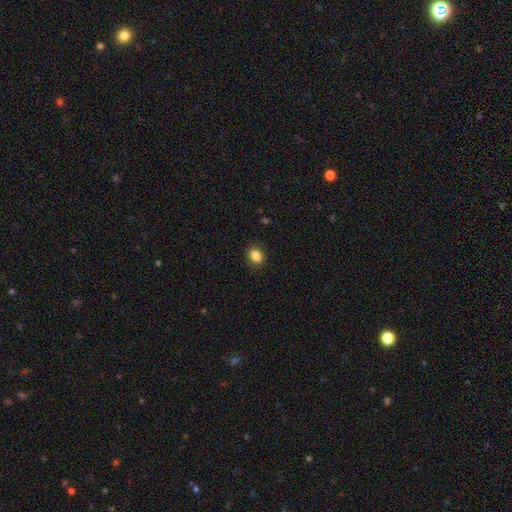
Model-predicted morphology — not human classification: Smooth or featured: smooth — 86% (star or artifact — 10%)
How rounded: in between — 59% (round — 40%)
Merging: none — 89% (minor disturbance — 8%)